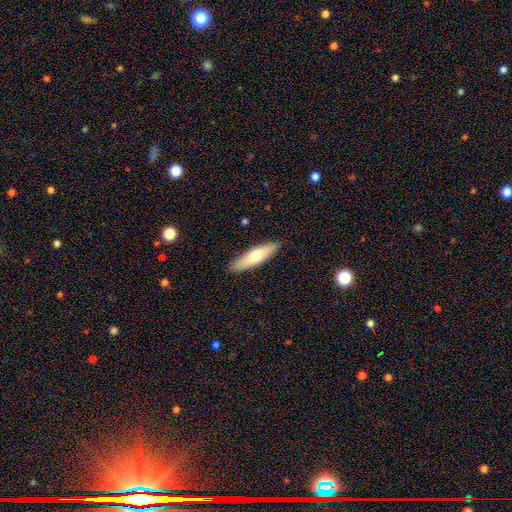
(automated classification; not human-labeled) smooth 64%, featured or disk 31%, star or artifact 6%. Down the decision tree: how rounded — cigar-shaped (60%); merging — none (88%).